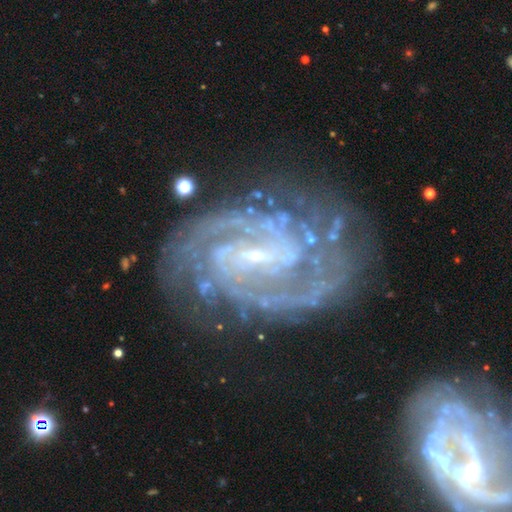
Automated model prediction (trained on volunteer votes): Smooth or featured? Predicted: featured or disk (p=0.92). Edge-on disk? Predicted: no (p=0.97). Bar? Predicted: weak (p=0.47). Spiral arms? Predicted: yes (p=0.98). Spiral winding? Predicted: tight (p=0.57). Spiral arm count? Predicted: 2 (p=0.53). Bulge size? Predicted: small (p=0.81). Merging? Predicted: none (p=0.69).